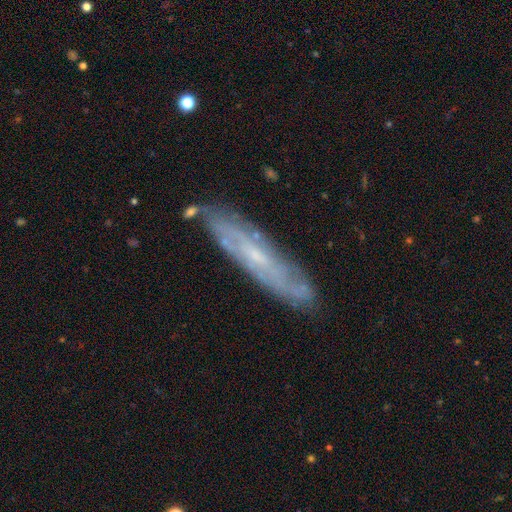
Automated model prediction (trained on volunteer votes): Smooth or featured: featured or disk — 73% (smooth — 20%)
Edge-on disk: no — 58% (yes — 42%)
Merging: none — 82% (minor disturbance — 13%)